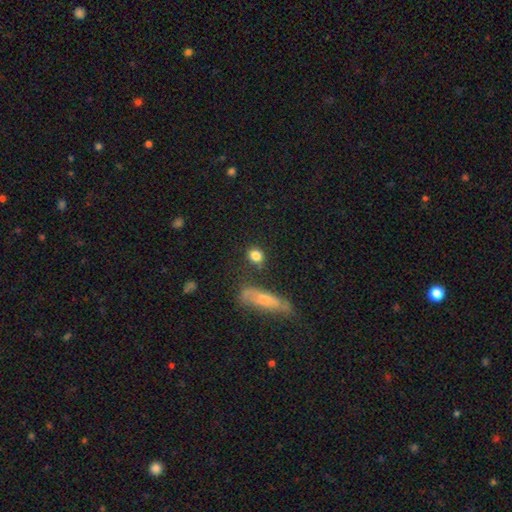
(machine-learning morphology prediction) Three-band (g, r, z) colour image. It shows a smooth galaxy with no disk features (83%) that is round (70%). Merging: none (79%).